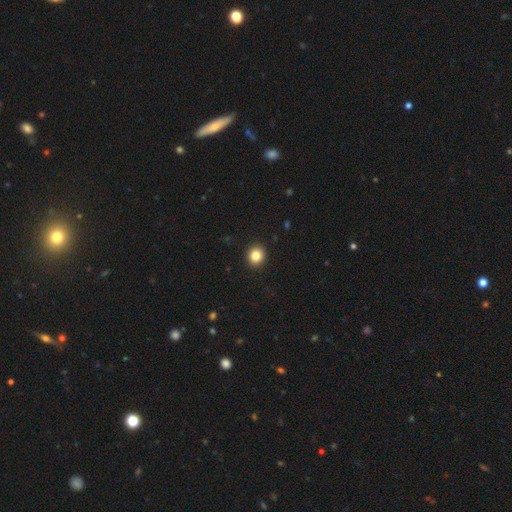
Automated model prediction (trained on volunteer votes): The model was most divided on "how rounded": round: 87%, in between: 12%, cigar-shaped: 1%. More confident: merging — none (93%); smooth or featured — smooth (85%).